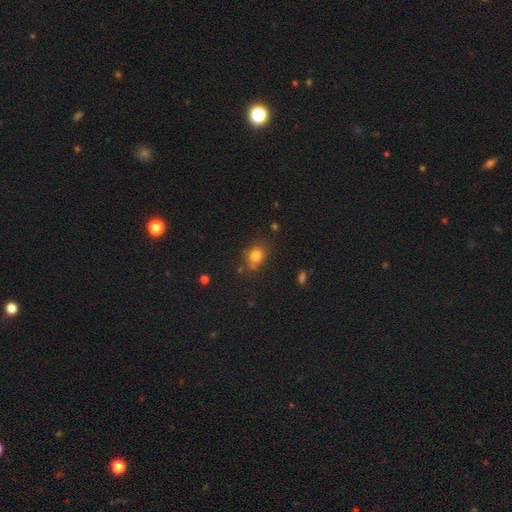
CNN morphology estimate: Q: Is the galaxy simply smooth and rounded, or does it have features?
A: smooth — 79%.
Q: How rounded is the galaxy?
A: round — 57%.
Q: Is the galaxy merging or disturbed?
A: none — 72%.